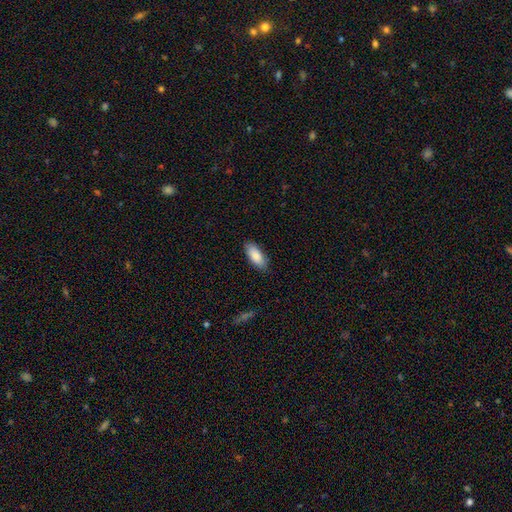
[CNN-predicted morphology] This appears to be a smooth galaxy with no disk features (86%) that is in between round and cigar-shaped (82%). Merging: none (86%).